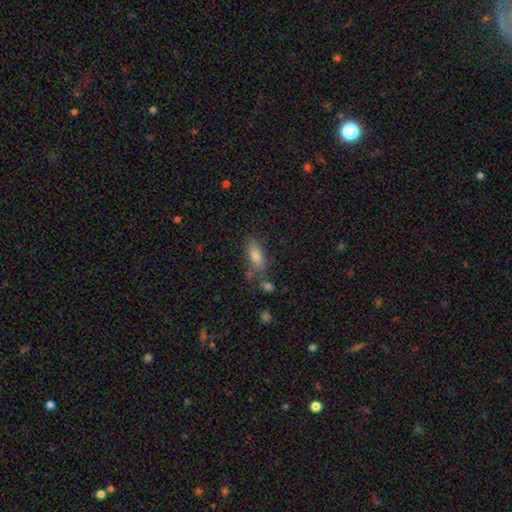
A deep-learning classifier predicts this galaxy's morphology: Smooth or featured? Predicted: smooth (p=0.76). How rounded? Predicted: in between (p=0.76). Merging? Predicted: none (p=0.68).